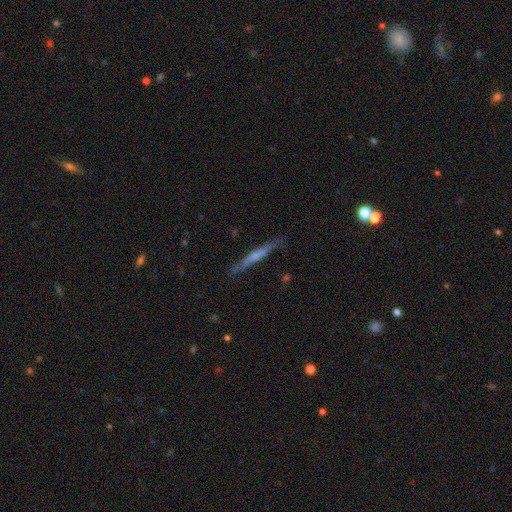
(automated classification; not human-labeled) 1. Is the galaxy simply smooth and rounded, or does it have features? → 52% featured or disk, 42% smooth, 6% star or artifact.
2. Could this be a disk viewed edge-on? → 95% yes, 5% no.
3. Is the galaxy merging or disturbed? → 85% none, 11% minor disturbance, 2% major disturbance, 2% merger.